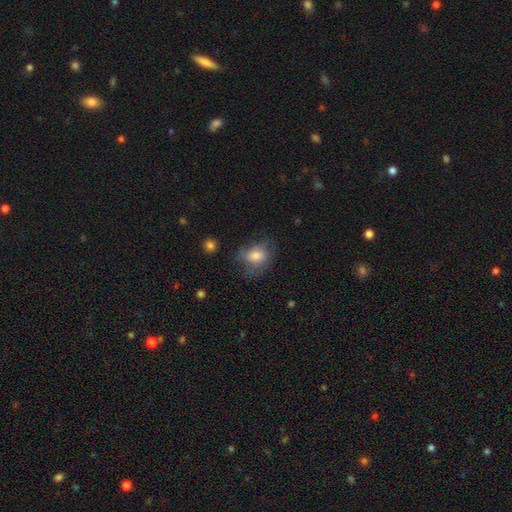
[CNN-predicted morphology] Smooth or featured?
  - smooth: 69% *
  - featured or disk: 22%
  - star or artifact: 9%
How rounded?
  - in between: 56% *
  - round: 43%
  - cigar-shaped: 1%
Merging?
  - none: 51% *
  - minor disturbance: 28%
  - major disturbance: 19%
  - merger: 2%